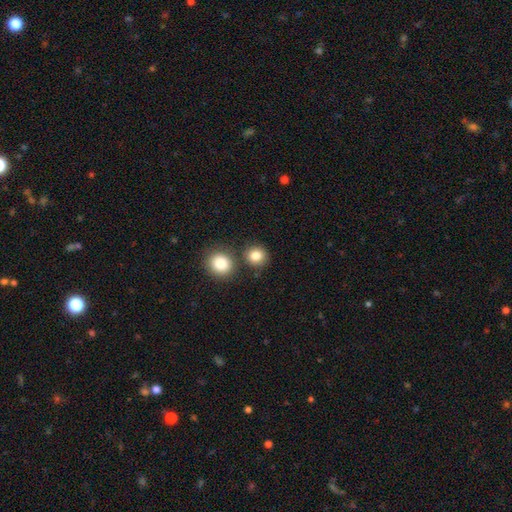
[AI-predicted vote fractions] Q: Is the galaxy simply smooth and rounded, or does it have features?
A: smooth — 84%.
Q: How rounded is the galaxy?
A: round — 86%.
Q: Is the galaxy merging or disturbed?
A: none — 76%.